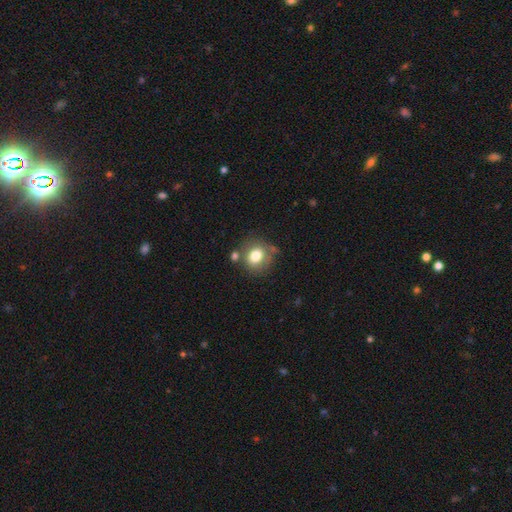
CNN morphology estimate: Smooth or featured?
  - smooth: 77% *
  - featured or disk: 13%
  - star or artifact: 10%
How rounded?
  - round: 72% *
  - in between: 27%
  - cigar-shaped: 1%
Merging?
  - none: 64% *
  - minor disturbance: 17%
  - merger: 12%
  - major disturbance: 6%